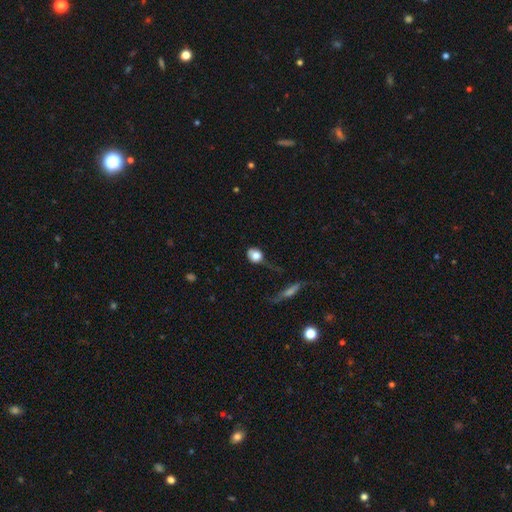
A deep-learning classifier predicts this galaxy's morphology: Smooth or featured? Predicted: smooth (p=0.75). How rounded? Predicted: round (p=0.65). Merging? Predicted: none (p=0.33).